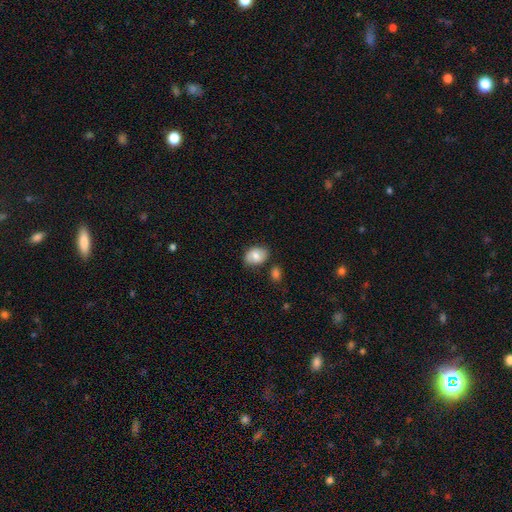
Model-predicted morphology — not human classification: Smooth or featured: smooth — 77% (featured or disk — 16%)
How rounded: in between — 66% (round — 33%)
Merging: none — 74% (minor disturbance — 17%)